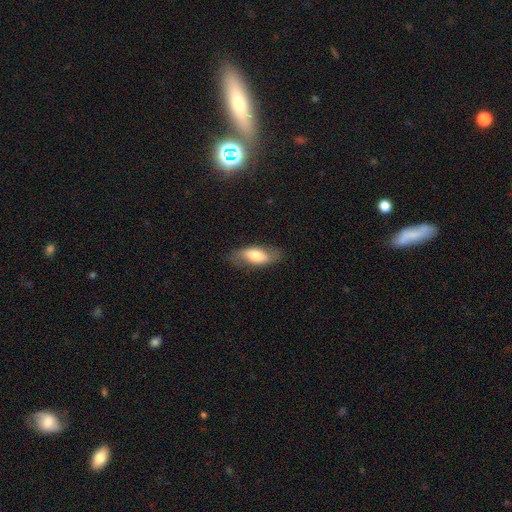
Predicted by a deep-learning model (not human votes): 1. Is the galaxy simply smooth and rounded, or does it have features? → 59% smooth, 35% featured or disk, 6% star or artifact.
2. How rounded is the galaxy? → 82% in between, 14% cigar-shaped, 4% round.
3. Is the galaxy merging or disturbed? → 78% none, 16% minor disturbance, 5% major disturbance, 1% merger.